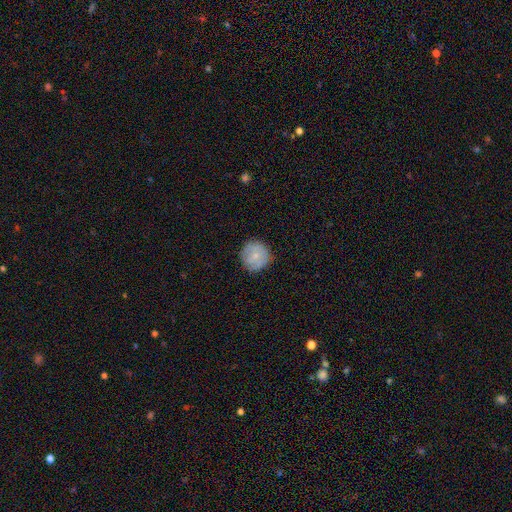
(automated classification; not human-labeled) smooth-or-featured: smooth: 70% | featured or disk: 23% | star or artifact: 8%
  how-rounded: round: 93% | in between: 6% | cigar-shaped: 1%
  merging: none: 82% | minor disturbance: 13% | major disturbance: 3% | merger: 1%